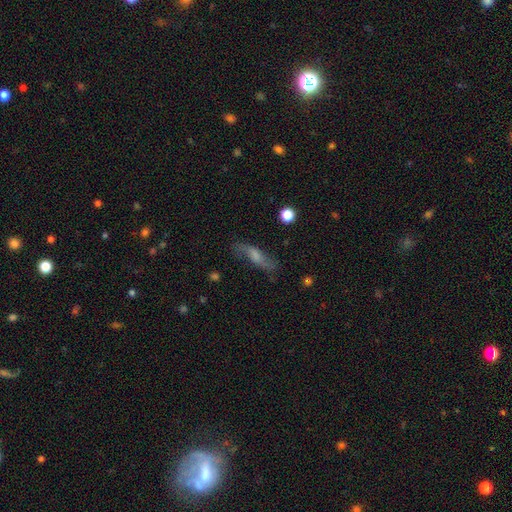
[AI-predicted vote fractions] smooth-or-featured: featured or disk: 48% | smooth: 42% | star or artifact: 10%
  merging: none: 70% | minor disturbance: 19% | major disturbance: 8% | merger: 2%